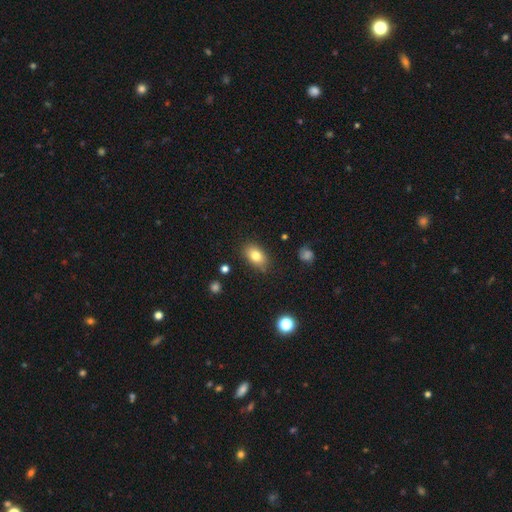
This is likely a smooth galaxy (78%). How rounded: clearly in between (93%). Merging: clearly none (80%).